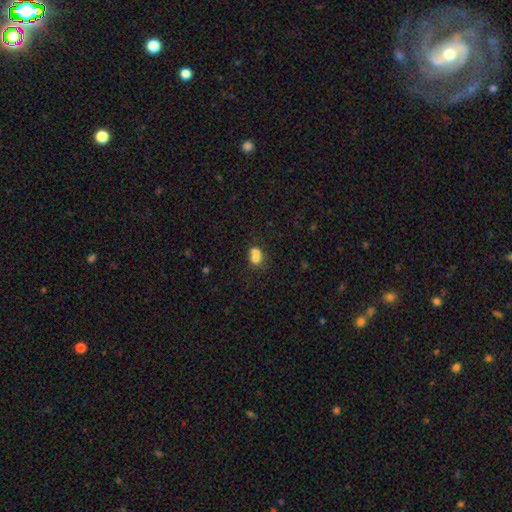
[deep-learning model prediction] Smooth or featured? Predicted: smooth (p=0.70). How rounded? Predicted: round (p=0.56). Merging? Predicted: merger (p=0.65).